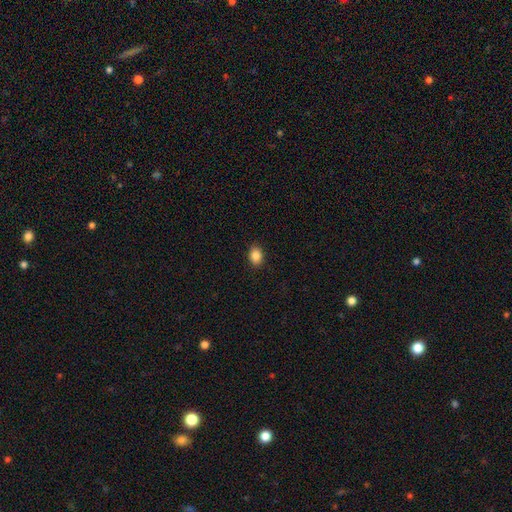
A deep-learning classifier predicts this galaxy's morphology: A smooth galaxy with no disk features (87%) that is in between round and cigar-shaped (72%). Merging: none (90%).